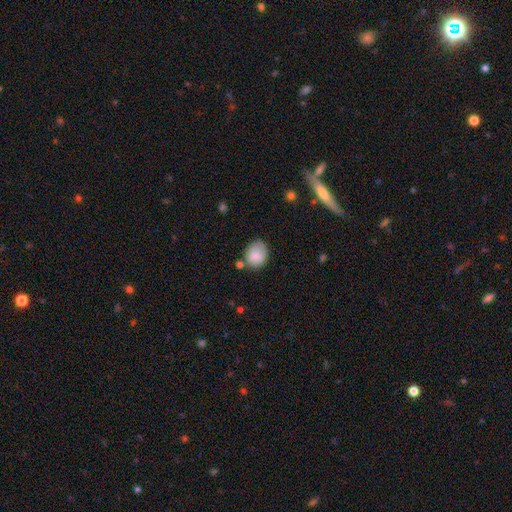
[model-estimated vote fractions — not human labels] smooth 81%, featured or disk 11%, star or artifact 8%. Down the decision tree: how rounded — in between (54%); merging — none (59%).